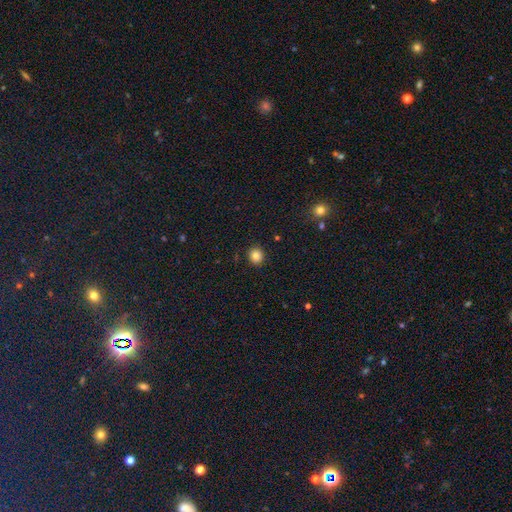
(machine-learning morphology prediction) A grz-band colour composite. It shows a smooth galaxy with no disk features (84%) that is round (86%). Merging: none (91%).